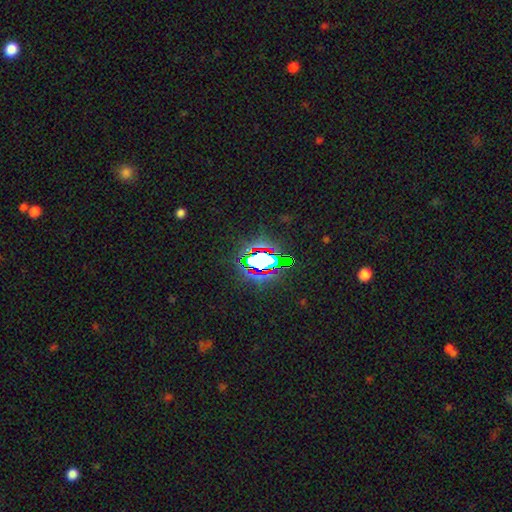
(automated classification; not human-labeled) Smooth or featured: star or artifact — 72% (smooth — 16%)